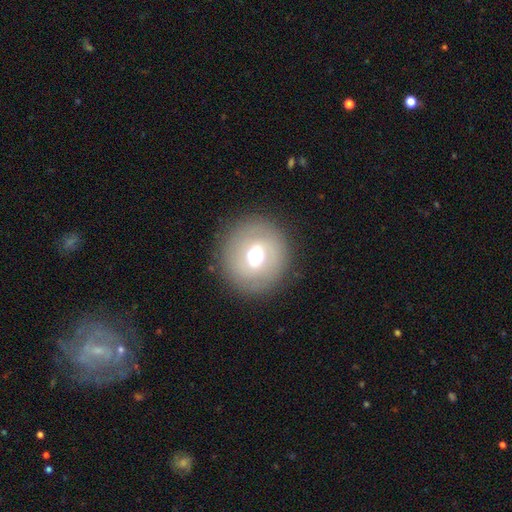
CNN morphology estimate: Smooth or featured? Predicted: smooth (p=0.51). How rounded? Predicted: round (p=0.90). Merging? Predicted: none (p=0.86).